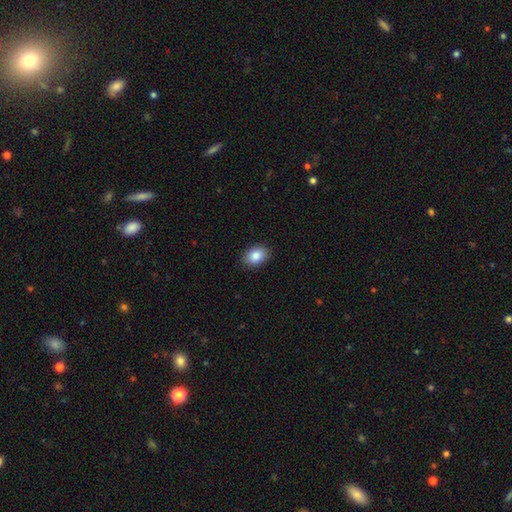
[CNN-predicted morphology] smooth-or-featured: smooth: 86% | star or artifact: 8% | featured or disk: 6%
  how-rounded: in between: 74% | round: 25% | cigar-shaped: 1%
  merging: none: 89% | minor disturbance: 8% | major disturbance: 2% | merger: 1%